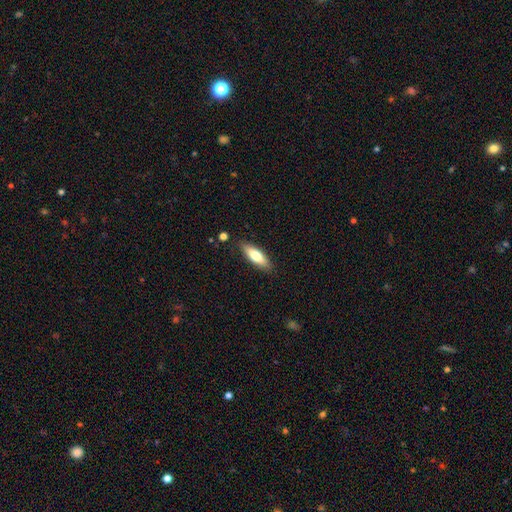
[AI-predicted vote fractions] Smooth or featured? Predicted: smooth (p=0.70). How rounded? Predicted: in between (p=0.53). Merging? Predicted: none (p=0.85).